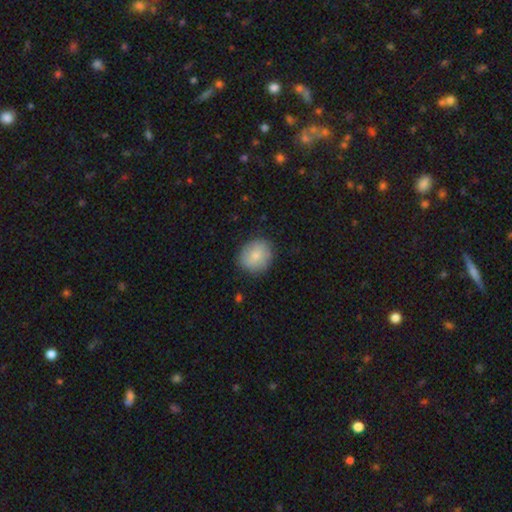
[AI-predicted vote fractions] smooth 77%, featured or disk 16%, star or artifact 7%. Down the decision tree: how rounded — round (80%); merging — none (82%).